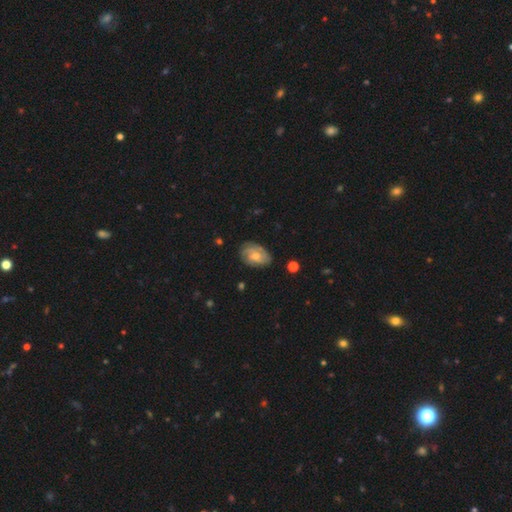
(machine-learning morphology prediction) Overall: featured or disk (59%; smooth 34%). Edge-on disk: no (96%). Bar: no (65%; weak 31%). Spiral arms: yes (85%). Bulge size: moderate (54%; small 34%). Merging: none (73%).